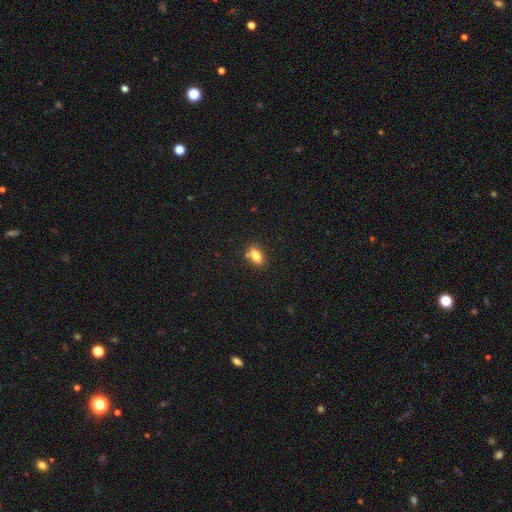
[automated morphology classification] Smooth or featured?
  - smooth: 81% *
  - star or artifact: 10%
  - featured or disk: 9%
How rounded?
  - in between: 85% *
  - round: 10%
  - cigar-shaped: 5%
Merging?
  - none: 72% *
  - minor disturbance: 13%
  - merger: 12%
  - major disturbance: 3%